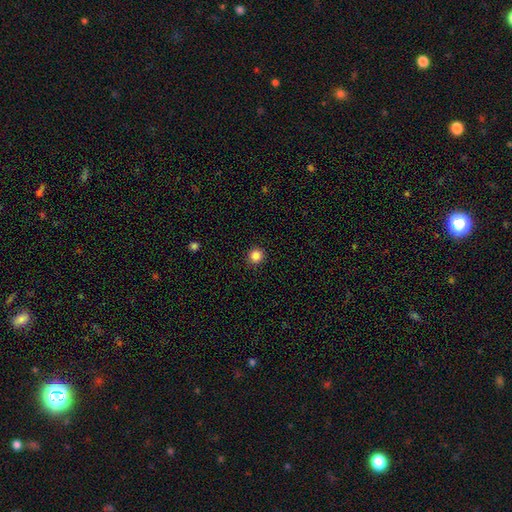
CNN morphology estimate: smooth-or-featured: smooth: 85% | star or artifact: 11% | featured or disk: 4%
  how-rounded: round: 95% | in between: 4% | cigar-shaped: 1%
  merging: none: 93% | minor disturbance: 4% | major disturbance: 2% | merger: 1%